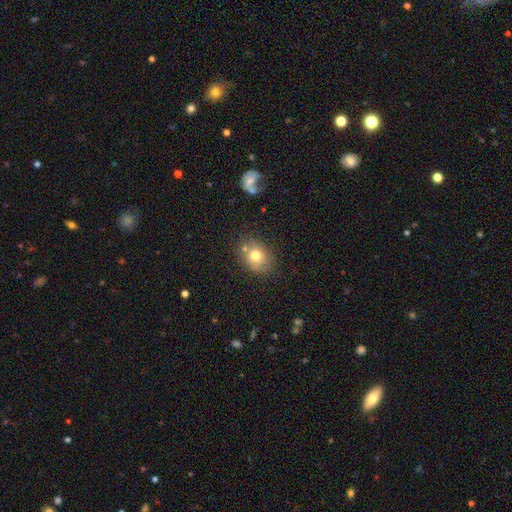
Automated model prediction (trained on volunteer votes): This appears to be a smooth galaxy with no disk features (74%) that is round (50%). Merging: none (69%).